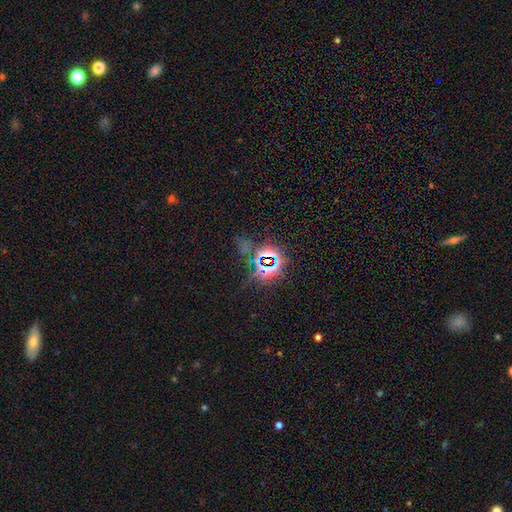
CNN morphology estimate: Overall: star or artifact (75%).